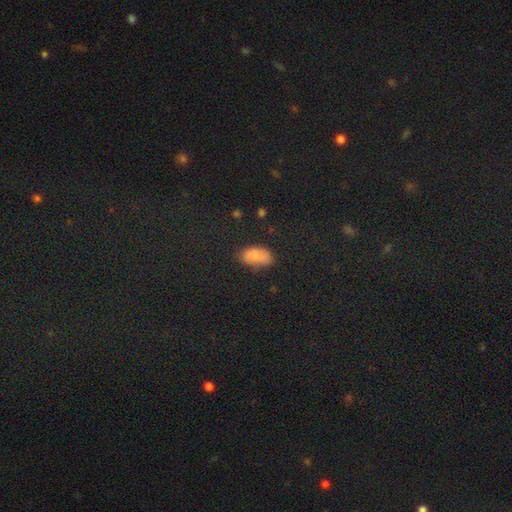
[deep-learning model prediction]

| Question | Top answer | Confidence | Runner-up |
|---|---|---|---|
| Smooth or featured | smooth | 78% | star or artifact (13%) |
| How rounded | in between | 93% | round (4%) |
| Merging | none | 70% | minor disturbance (21%) |